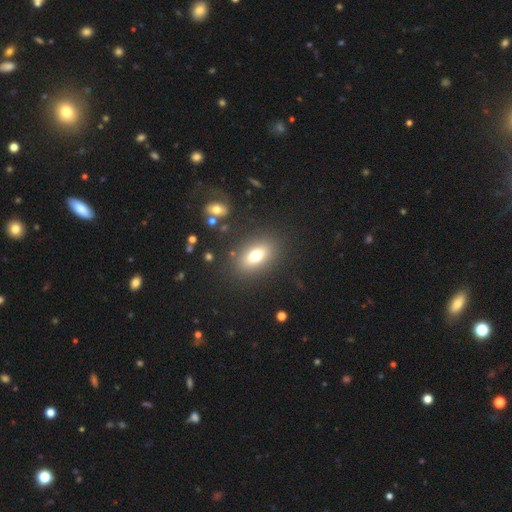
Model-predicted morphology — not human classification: Smooth or featured?
  - smooth: 72% *
  - featured or disk: 16%
  - star or artifact: 11%
How rounded?
  - in between: 81% *
  - round: 15%
  - cigar-shaped: 4%
Merging?
  - none: 86% *
  - minor disturbance: 8%
  - major disturbance: 4%
  - merger: 2%